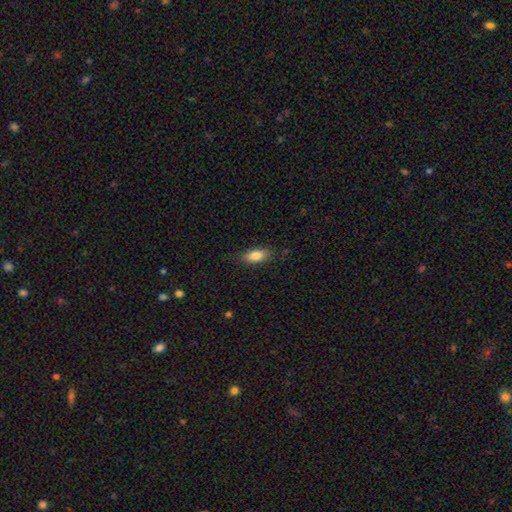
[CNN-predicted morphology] smooth_or_featured: smooth (p=0.84) [alt: featured or disk p=0.09]
how_rounded: in between (p=0.85) [alt: cigar-shaped p=0.11]
merging: none (p=0.82) [alt: minor disturbance p=0.14]